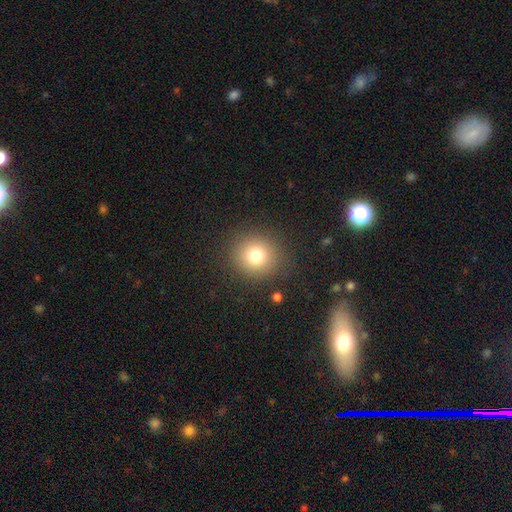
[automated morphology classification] This is likely a smooth galaxy (77%). How rounded: clearly round (90%). Merging: clearly none (88%).